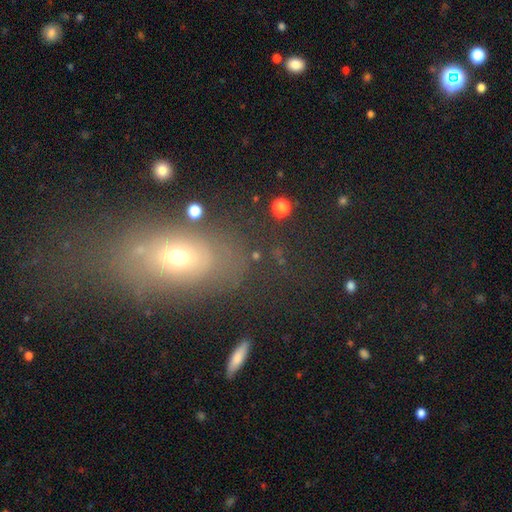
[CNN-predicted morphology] Q: Smooth or featured?
A: smooth (52%); runner-up: star or artifact (26%)
Q: How rounded?
A: in between (50%); runner-up: round (44%)
Q: Merging?
A: none (60%); runner-up: minor disturbance (16%)